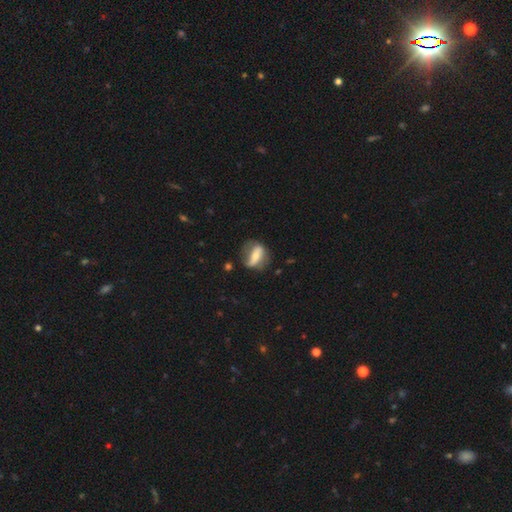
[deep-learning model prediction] smooth_or_featured: featured or disk (p=0.50) [alt: smooth p=0.42]
disk_edge_on: no (p=0.81) [alt: yes p=0.19]
merging: none (p=0.56) [alt: minor disturbance p=0.25]